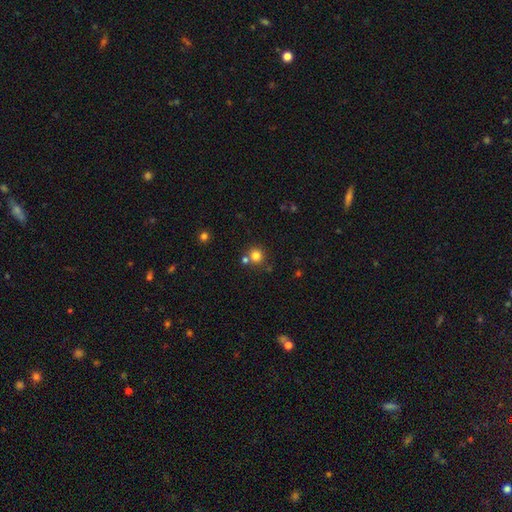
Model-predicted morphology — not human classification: smooth-or-featured: smooth: 80% | star or artifact: 13% | featured or disk: 7%
  how-rounded: round: 91% | in between: 8% | cigar-shaped: 1%
  merging: none: 70% | merger: 19% | minor disturbance: 8% | major disturbance: 3%